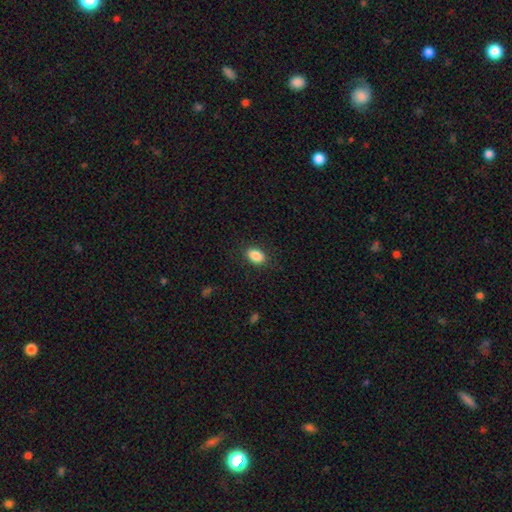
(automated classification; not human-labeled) A smooth galaxy with no disk features (88%) that is in between round and cigar-shaped (86%).

Vote fractions:
- Smooth or featured? smooth: 88% / star or artifact: 8% / featured or disk: 4%
- How rounded? in between: 86% / round: 13% / cigar-shaped: 1%
- Merging? none: 87% / minor disturbance: 9% / major disturbance: 3% / merger: 1%